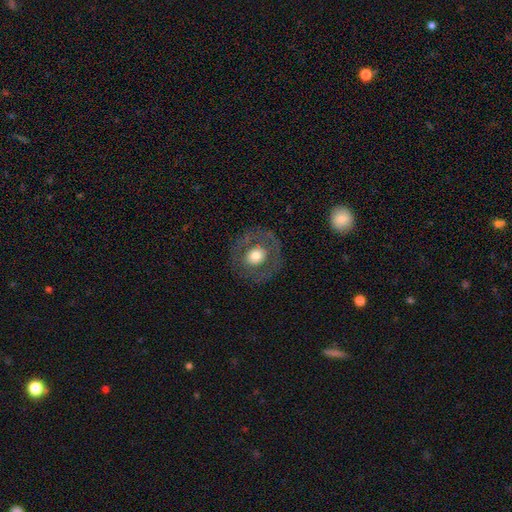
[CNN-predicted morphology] type=smooth (52%); roundness=round (85%); merging=none (80%).